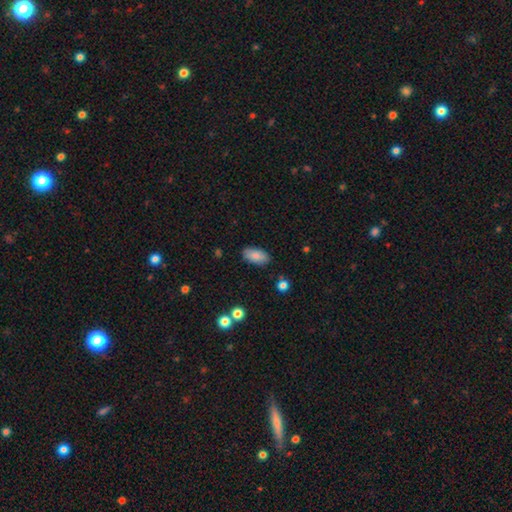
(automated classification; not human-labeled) This is clearly a smooth galaxy (85%). How rounded: clearly in between (93%). Merging: clearly none (86%).